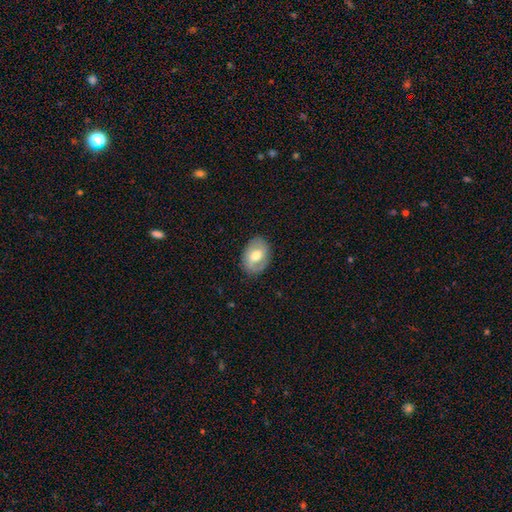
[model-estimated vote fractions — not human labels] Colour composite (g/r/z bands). It shows a smooth galaxy with no disk features (47%). Merging: none (82%).